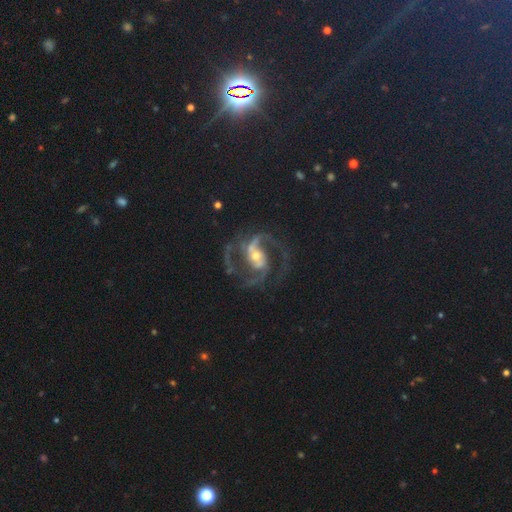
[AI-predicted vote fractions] Q: Smooth or featured?
A: featured or disk (81%); runner-up: star or artifact (13%)
Q: Edge-on disk?
A: no (97%); runner-up: yes (3%)
Q: Bar?
A: weak (37%); runner-up: no (35%)
Q: Spiral arms?
A: yes (97%); runner-up: no (3%)
Q: Spiral winding?
A: medium (58%); runner-up: loose (21%)
Q: Spiral arm count?
A: 2 (80%); runner-up: 3 (7%)
Q: Bulge size?
A: small (49%); runner-up: moderate (43%)
Q: Merging?
A: none (66%); runner-up: major disturbance (16%)